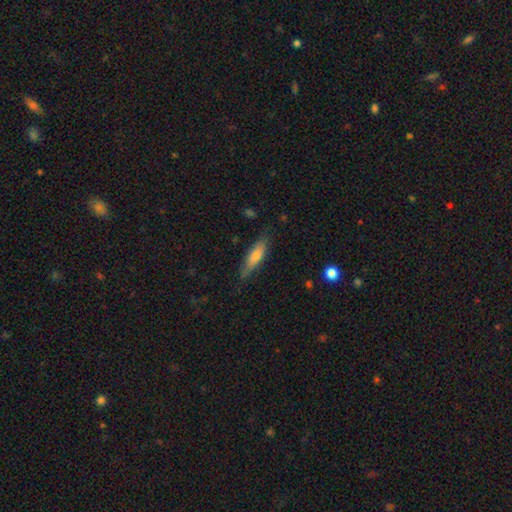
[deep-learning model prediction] A smooth galaxy with no disk features (59%) that is cigar-shaped (71%).

Vote fractions:
- Smooth or featured? smooth: 59% / featured or disk: 34% / star or artifact: 7%
- How rounded? cigar-shaped: 71% / in between: 27% / round: 2%
- Merging? none: 77% / minor disturbance: 18% / major disturbance: 4% / merger: 1%